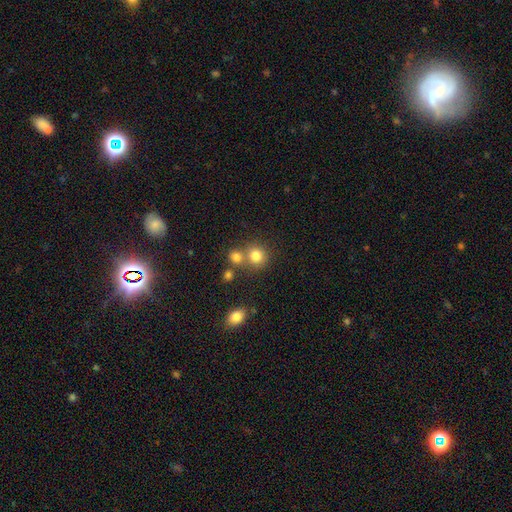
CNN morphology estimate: Smooth or featured? smooth (81%)
How rounded? round (88%)
Merging? none (62%)